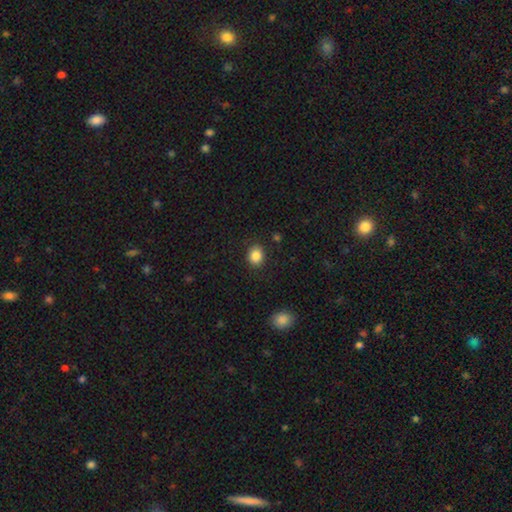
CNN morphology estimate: A smooth galaxy with no disk features (86%) that is round (61%).

Vote fractions:
- Smooth or featured? smooth: 86% / star or artifact: 9% / featured or disk: 5%
- How rounded? round: 61% / in between: 38% / cigar-shaped: 1%
- Merging? none: 87% / minor disturbance: 9% / major disturbance: 3% / merger: 1%